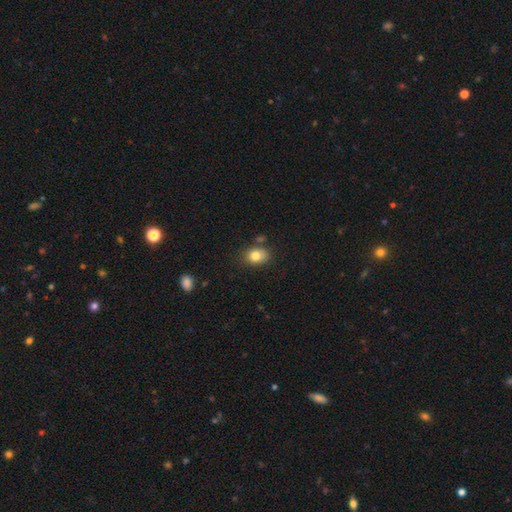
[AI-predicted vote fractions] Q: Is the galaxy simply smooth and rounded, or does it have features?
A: smooth — 81%.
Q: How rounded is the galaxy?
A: in between — 62%.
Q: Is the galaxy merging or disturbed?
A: none — 73%.